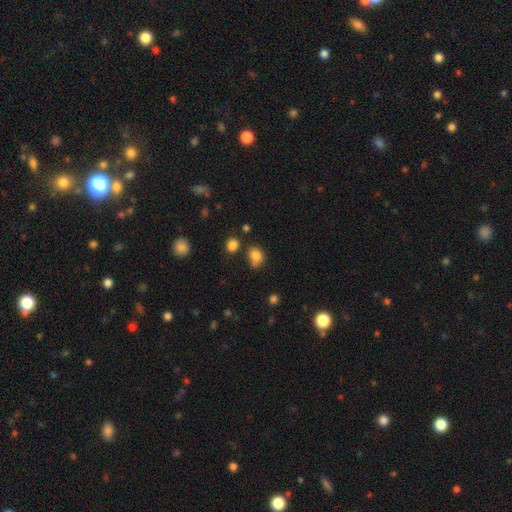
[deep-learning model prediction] smooth_or_featured: smooth (p=0.81) [alt: star or artifact p=0.12]
how_rounded: round (p=0.52) [alt: in between p=0.47]
merging: none (p=0.53) [alt: minor disturbance p=0.27]